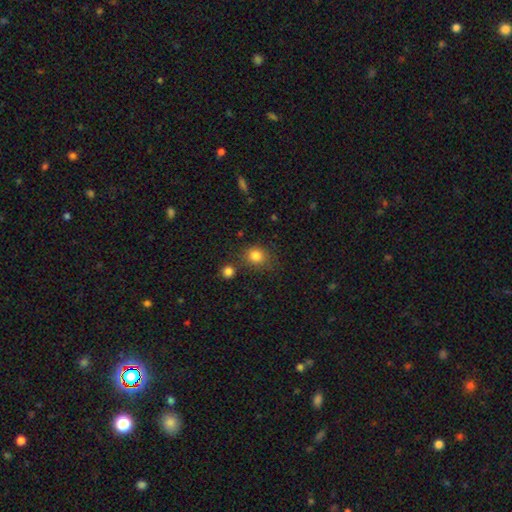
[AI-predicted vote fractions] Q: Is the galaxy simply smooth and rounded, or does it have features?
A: smooth — 82%.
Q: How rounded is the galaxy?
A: round — 77%.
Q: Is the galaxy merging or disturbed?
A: none — 73%.